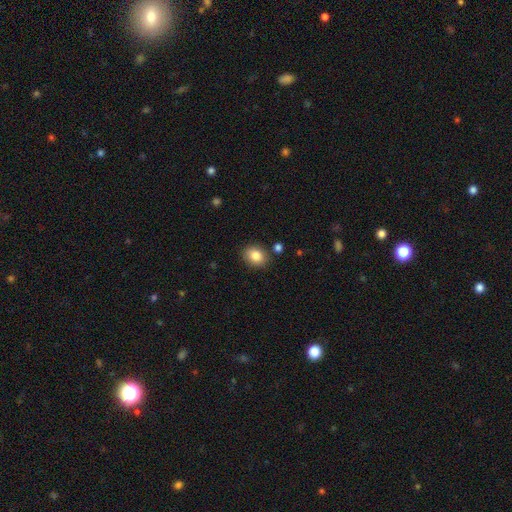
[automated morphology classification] Smooth or featured?
  - smooth: 84% *
  - star or artifact: 9%
  - featured or disk: 7%
How rounded?
  - in between: 50% *
  - round: 49%
  - cigar-shaped: 1%
Merging?
  - none: 84% *
  - minor disturbance: 10%
  - merger: 3%
  - major disturbance: 3%